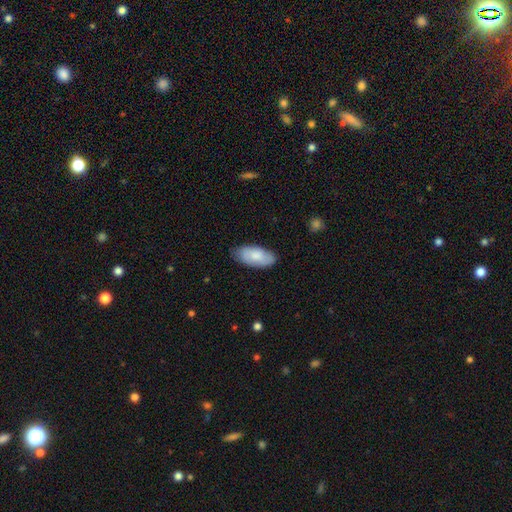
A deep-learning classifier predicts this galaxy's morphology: Smooth or featured? Predicted: smooth (p=0.79). How rounded? Predicted: in between (p=0.92). Merging? Predicted: none (p=0.76).